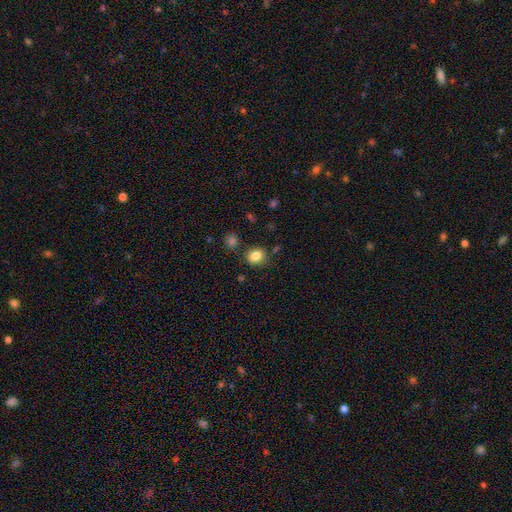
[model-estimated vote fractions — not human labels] The model was most divided on "how rounded": round: 62%, in between: 37%, cigar-shaped: 1%. More confident: smooth or featured — smooth (83%); merging — none (80%).